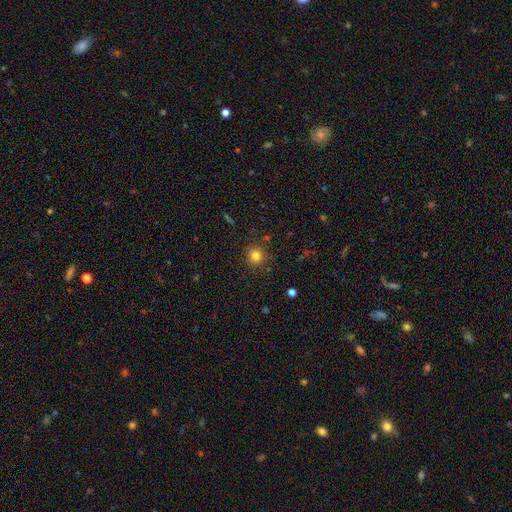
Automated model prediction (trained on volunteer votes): smooth 80%, star or artifact 13%, featured or disk 6%. Down the decision tree: how rounded — round (90%); merging — none (87%).